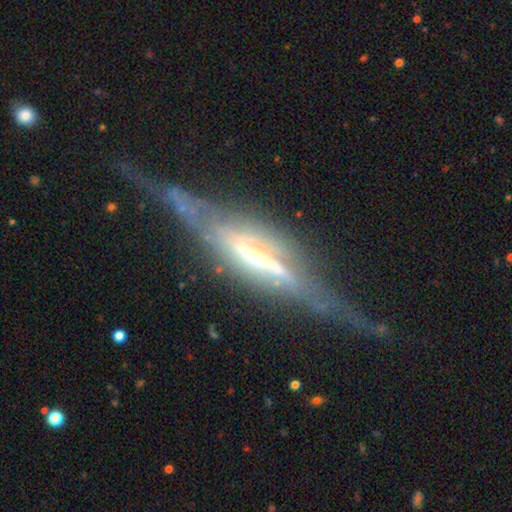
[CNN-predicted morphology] Smooth or featured? Predicted: featured or disk (p=0.84). Edge-on disk? Predicted: yes (p=0.86). Edge-on bulge? Predicted: rounded (p=0.43). Merging? Predicted: none (p=0.59).